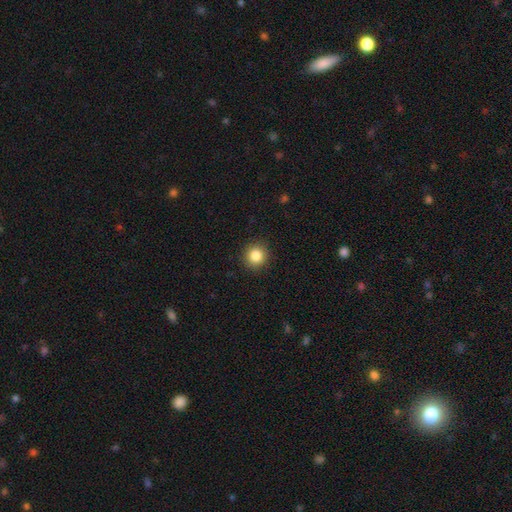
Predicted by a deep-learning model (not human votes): A smooth galaxy with no disk features (85%) that is round (94%). Merging: none (92%).